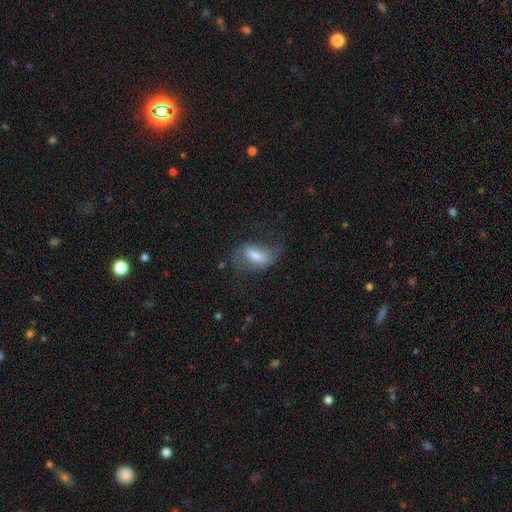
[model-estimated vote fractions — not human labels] Smooth or featured? Predicted: featured or disk (p=0.48). Merging? Predicted: none (p=0.52).